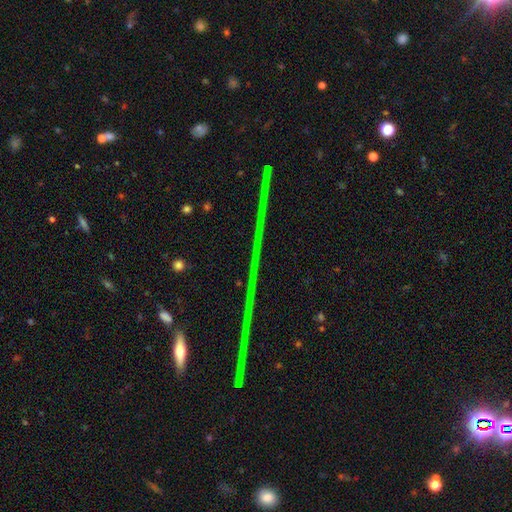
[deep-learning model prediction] The model was most divided on "smooth or featured": star or artifact: 77%, featured or disk: 14%, smooth: 9%.